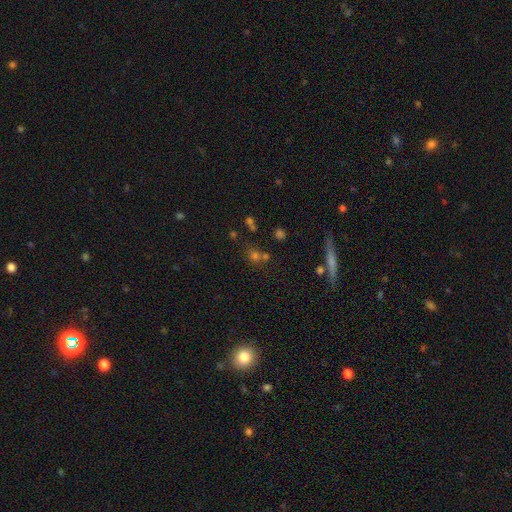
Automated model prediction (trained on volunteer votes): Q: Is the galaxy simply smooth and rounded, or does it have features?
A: smooth — 49%.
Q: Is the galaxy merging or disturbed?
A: none — 66%.